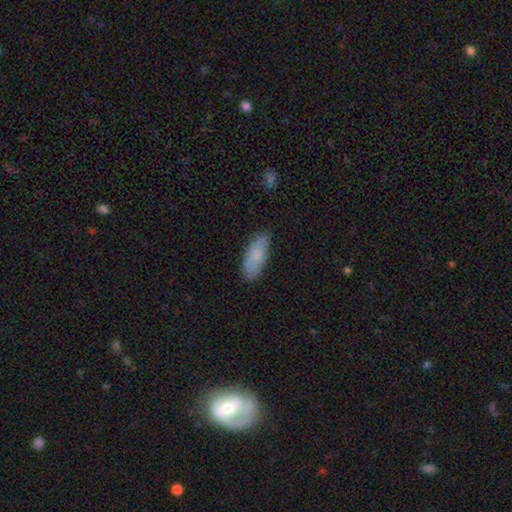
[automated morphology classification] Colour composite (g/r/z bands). It shows a smooth galaxy with no disk features (80%) that is in between round and cigar-shaped (77%). Merging: none (78%).